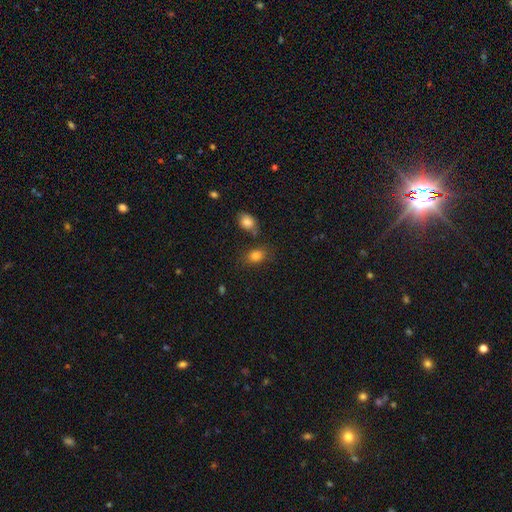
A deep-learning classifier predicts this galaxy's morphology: smooth_or_featured: smooth (p=0.82) [alt: star or artifact p=0.11]
how_rounded: in between (p=0.67) [alt: round p=0.31]
merging: none (p=0.73) [alt: minor disturbance p=0.14]